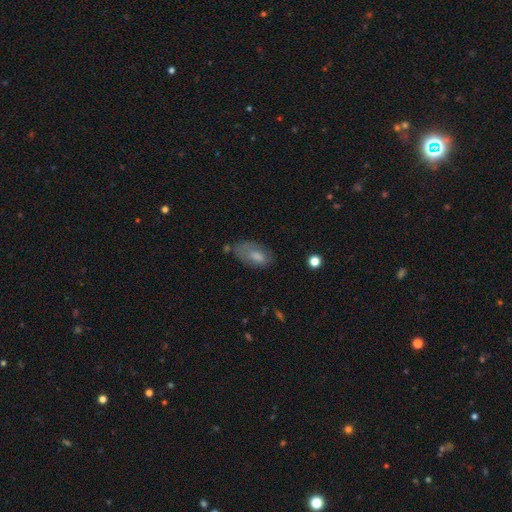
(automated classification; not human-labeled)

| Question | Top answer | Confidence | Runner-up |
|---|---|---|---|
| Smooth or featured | smooth | 72% | featured or disk (20%) |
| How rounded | in between | 90% | cigar-shaped (6%) |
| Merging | none | 46% | minor disturbance (32%) |